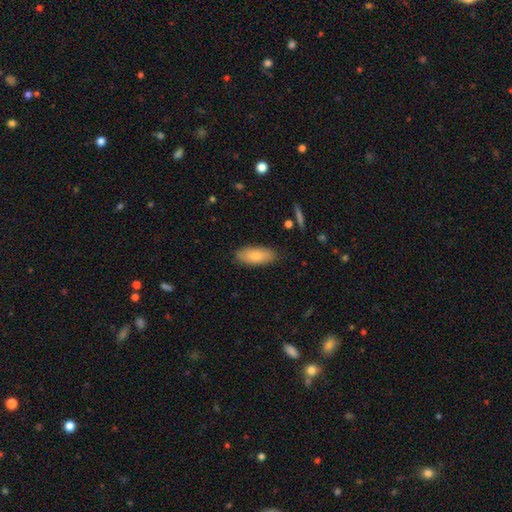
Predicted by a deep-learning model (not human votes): smooth_or_featured: smooth (p=0.82) [alt: featured or disk p=0.12]
how_rounded: in between (p=0.83) [alt: cigar-shaped p=0.15]
merging: none (p=0.85) [alt: minor disturbance p=0.11]